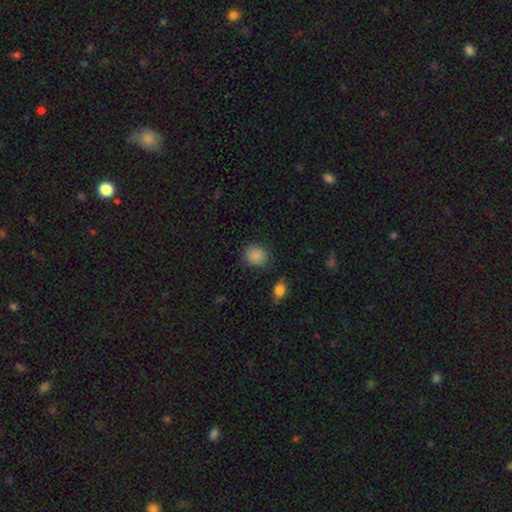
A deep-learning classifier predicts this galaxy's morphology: smooth_or_featured: smooth (p=0.88) [alt: star or artifact p=0.08]
how_rounded: round (p=0.71) [alt: in between p=0.28]
merging: none (p=0.84) [alt: minor disturbance p=0.11]